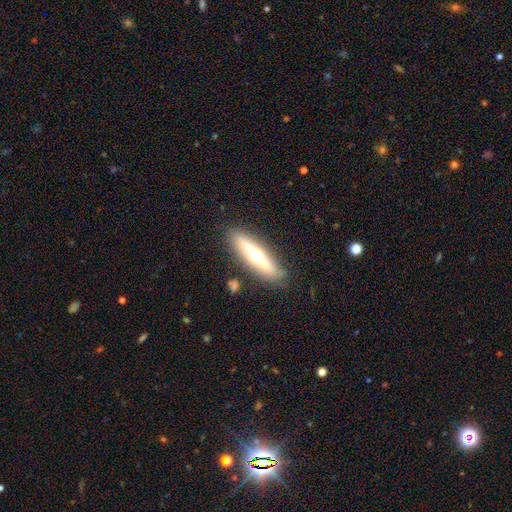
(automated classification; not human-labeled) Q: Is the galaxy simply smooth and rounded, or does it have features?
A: featured or disk — 60%.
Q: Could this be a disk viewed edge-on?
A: yes — 89%.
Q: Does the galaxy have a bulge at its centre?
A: rounded — 94%.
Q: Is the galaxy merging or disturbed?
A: none — 85%.